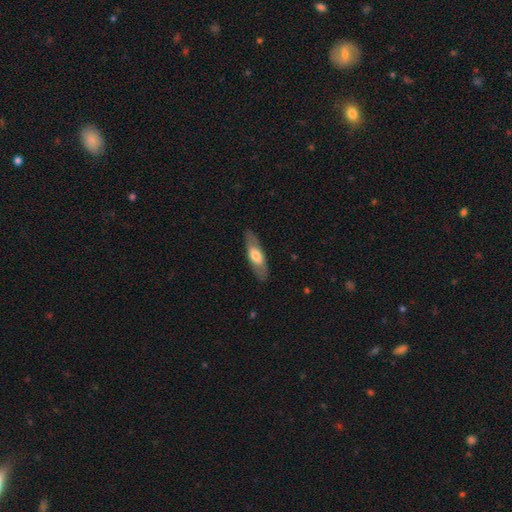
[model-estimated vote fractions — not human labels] The model was most divided on "how rounded": in between: 53%, cigar-shaped: 45%, round: 2%. More confident: merging — none (84%); smooth or featured — smooth (56%).